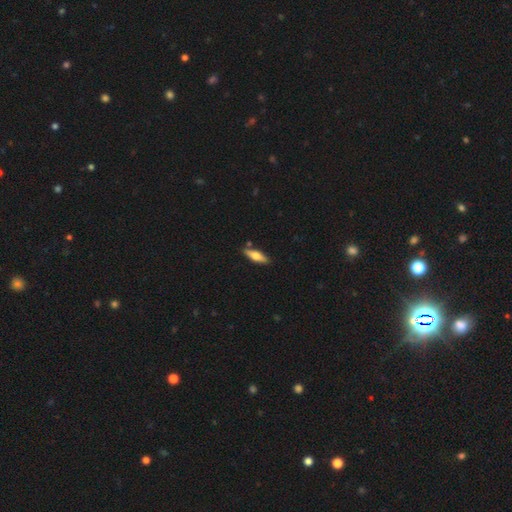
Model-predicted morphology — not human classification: Smooth or featured? smooth (57%)
How rounded? cigar-shaped (49%, tied with in between)
Merging? none (82%)